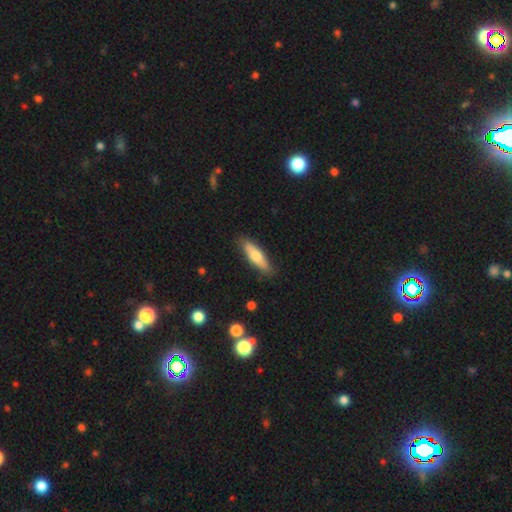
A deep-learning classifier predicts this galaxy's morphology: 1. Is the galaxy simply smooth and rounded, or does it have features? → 63% smooth, 31% featured or disk, 5% star or artifact.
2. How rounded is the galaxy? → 59% cigar-shaped, 39% in between, 2% round.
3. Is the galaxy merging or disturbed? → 84% none, 12% minor disturbance, 2% major disturbance, 1% merger.